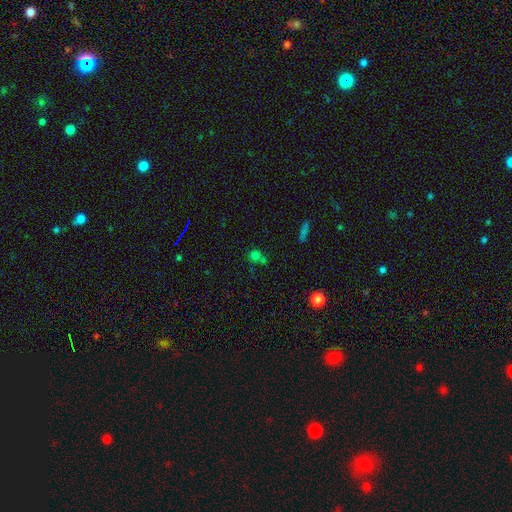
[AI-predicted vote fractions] Smooth or featured: smooth — 67% (star or artifact — 23%)
How rounded: round — 83% (in between — 15%)
Merging: none — 52% (merger — 31%)